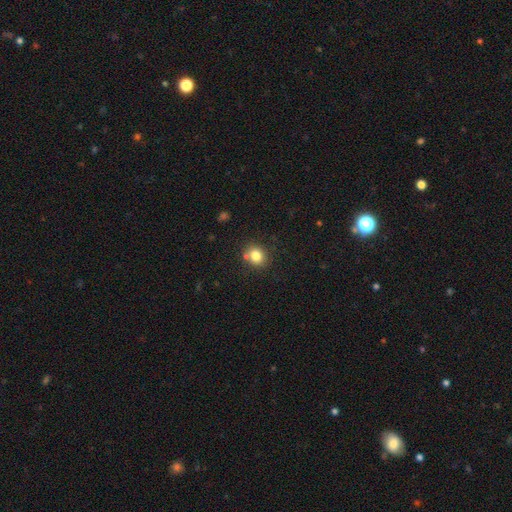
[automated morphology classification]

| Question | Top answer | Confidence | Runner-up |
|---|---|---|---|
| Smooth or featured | smooth | 81% | star or artifact (11%) |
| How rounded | round | 77% | in between (22%) |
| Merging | none | 75% | merger (11%) |